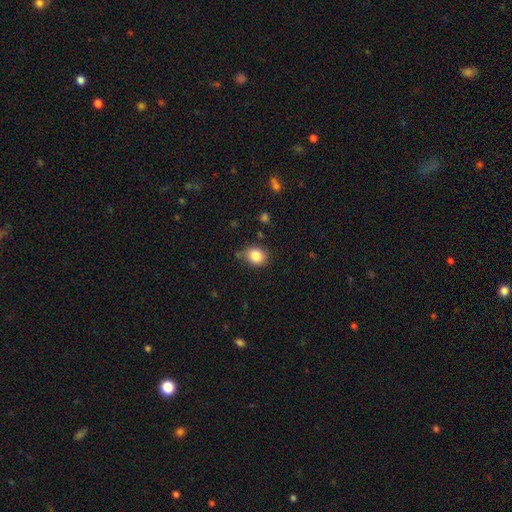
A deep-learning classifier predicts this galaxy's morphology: A smooth galaxy with no disk features (84%) that is round (60%).

Vote fractions:
- Smooth or featured? smooth: 84% / star or artifact: 10% / featured or disk: 6%
- How rounded? round: 60% / in between: 39% / cigar-shaped: 1%
- Merging? none: 76% / minor disturbance: 17% / major disturbance: 4% / merger: 3%